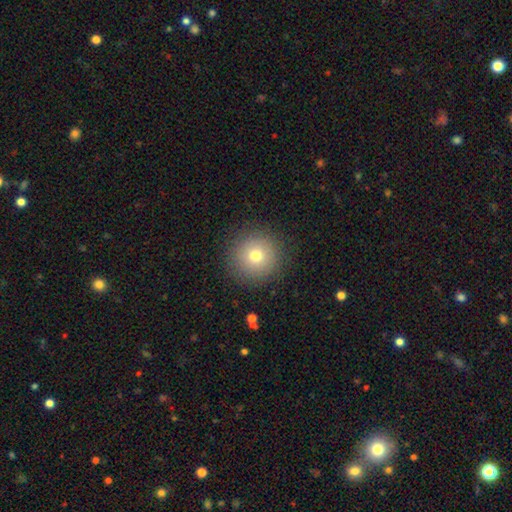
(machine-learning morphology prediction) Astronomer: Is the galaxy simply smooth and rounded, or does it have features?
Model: smooth — 74%.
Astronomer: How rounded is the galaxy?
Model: round — 96%.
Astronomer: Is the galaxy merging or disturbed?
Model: none — 89%.